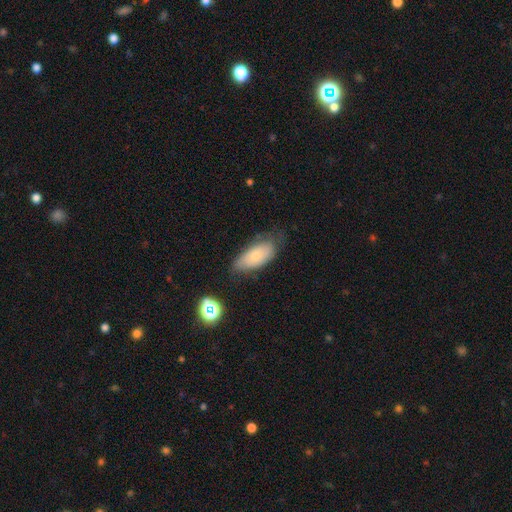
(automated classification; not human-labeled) Overall: smooth (66%). How rounded: in between (88%). Merging: none (58%; minor disturbance 30%).